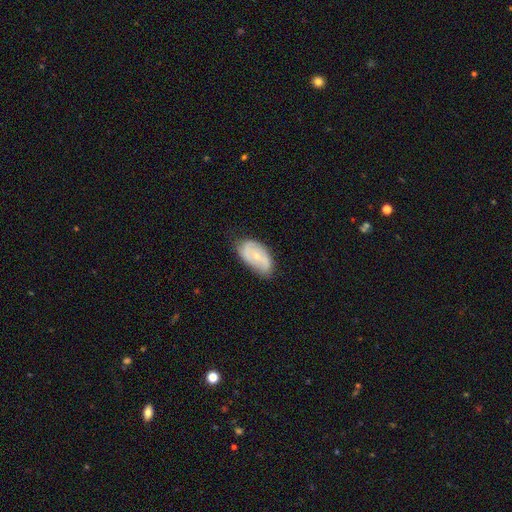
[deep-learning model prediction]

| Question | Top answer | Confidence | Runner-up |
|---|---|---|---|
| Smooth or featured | featured or disk | 58% | smooth (36%) |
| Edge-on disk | no | 95% | yes (5%) |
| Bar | no | 65% | weak (28%) |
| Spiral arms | yes | 80% | no (20%) |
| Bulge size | small | 65% | moderate (30%) |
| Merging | none | 67% | minor disturbance (26%) |